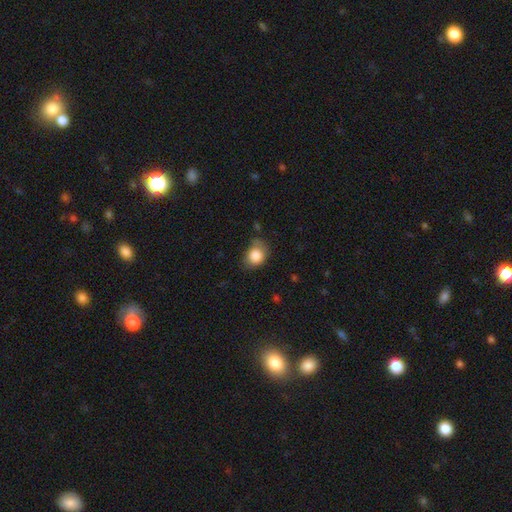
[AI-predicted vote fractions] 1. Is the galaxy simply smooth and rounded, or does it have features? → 84% smooth, 9% star or artifact, 7% featured or disk.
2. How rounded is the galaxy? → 52% in between, 47% round, 1% cigar-shaped.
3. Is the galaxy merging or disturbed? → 55% none, 32% minor disturbance, 9% major disturbance, 4% merger.